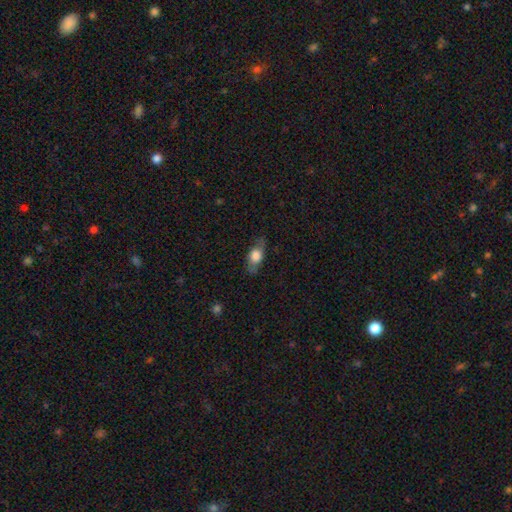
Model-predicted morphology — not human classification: Smooth or featured: smooth — 62% (featured or disk — 30%)
How rounded: in between — 71% (cigar-shaped — 15%)
Merging: none — 75% (minor disturbance — 18%)